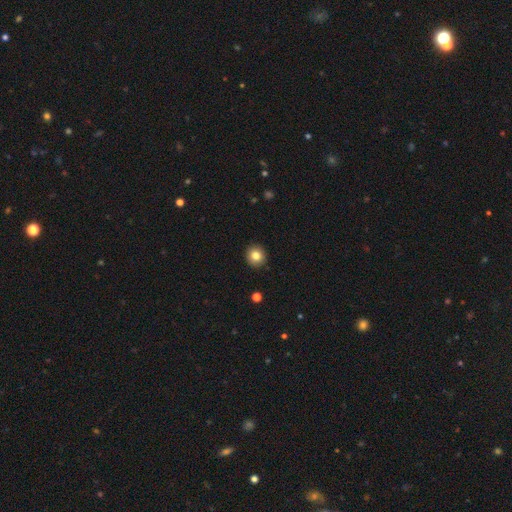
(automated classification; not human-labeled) Smooth or featured: smooth — 82% (star or artifact — 10%)
How rounded: round — 89% (in between — 10%)
Merging: none — 92% (minor disturbance — 5%)